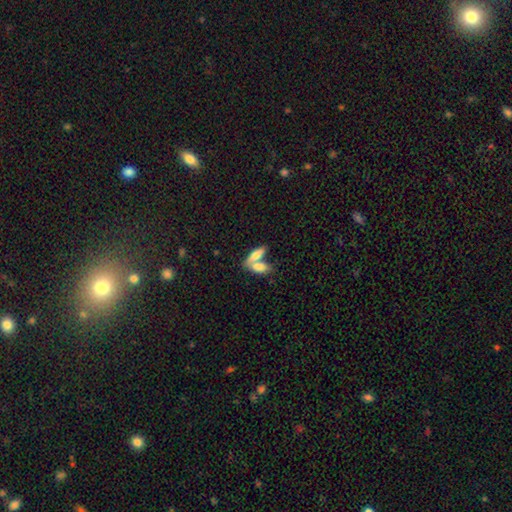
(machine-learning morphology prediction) Smooth or featured: smooth — 74% (featured or disk — 20%)
How rounded: in between — 69% (cigar-shaped — 28%)
Merging: merger — 61% (none — 29%)